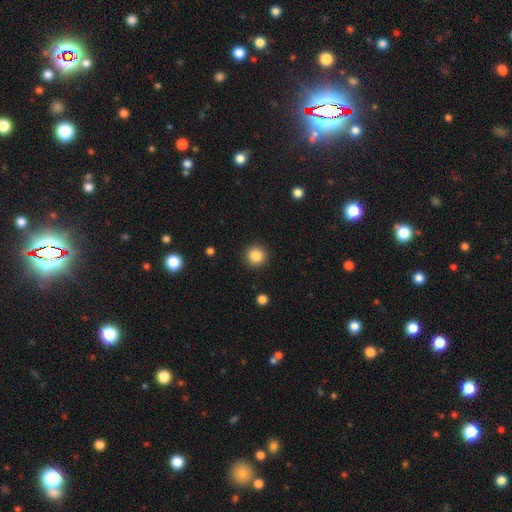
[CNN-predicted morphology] Smooth or featured?
  - smooth: 86% *
  - star or artifact: 10%
  - featured or disk: 4%
How rounded?
  - round: 94% *
  - in between: 5%
  - cigar-shaped: 1%
Merging?
  - none: 91% *
  - minor disturbance: 5%
  - major disturbance: 2%
  - merger: 1%